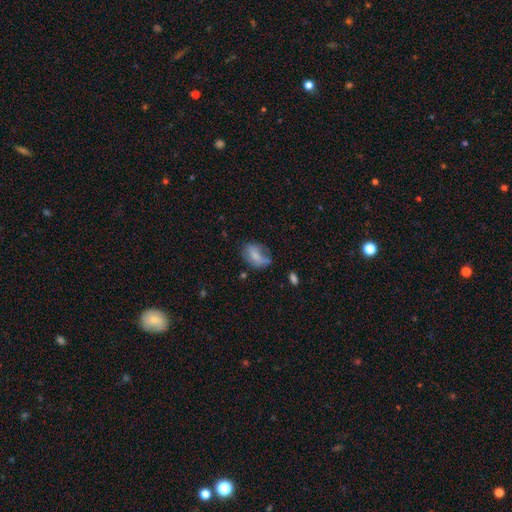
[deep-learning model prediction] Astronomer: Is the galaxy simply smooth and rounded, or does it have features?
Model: smooth — 64%.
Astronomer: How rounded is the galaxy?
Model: in between — 81%.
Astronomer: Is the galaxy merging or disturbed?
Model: none — 43% (runner-up: minor disturbance, 33%).